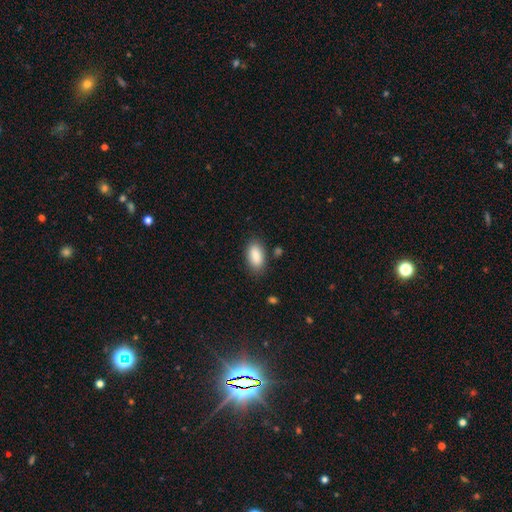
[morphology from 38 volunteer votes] Smooth or featured? 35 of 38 (92%) said smooth. How rounded? 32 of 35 (91%) said in between. Merging? 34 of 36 (94%) said none.